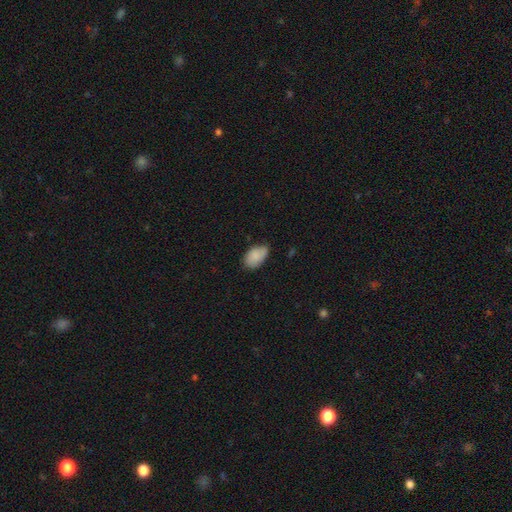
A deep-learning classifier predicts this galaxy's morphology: A smooth galaxy with no disk features (84%) that is in between round and cigar-shaped (91%). Merging: none (64%).